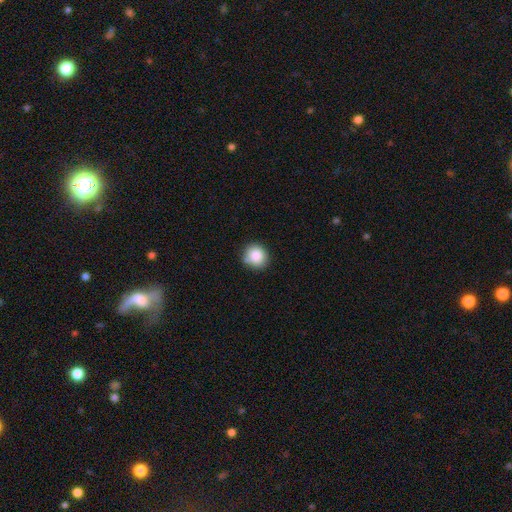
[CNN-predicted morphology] A smooth galaxy with no disk features (86%) that is round (84%). Merging: none (77%).